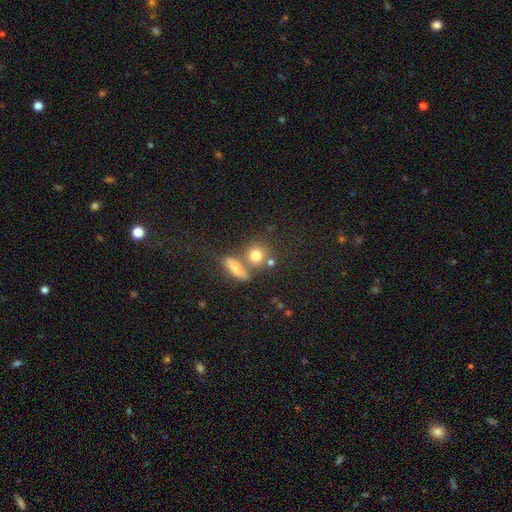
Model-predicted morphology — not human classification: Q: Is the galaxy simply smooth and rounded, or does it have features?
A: smooth — 74%.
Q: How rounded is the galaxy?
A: round — 77%.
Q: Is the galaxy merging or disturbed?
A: none — 55%.